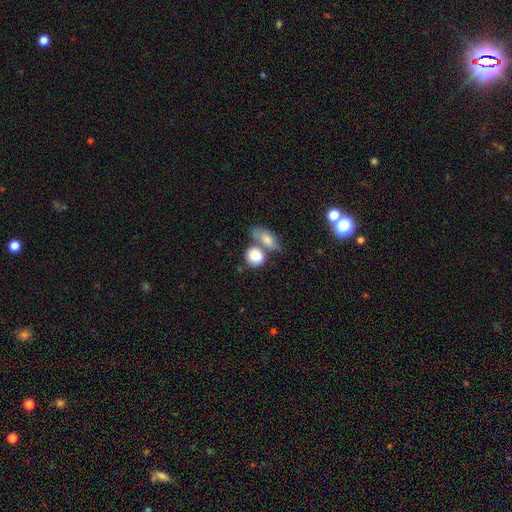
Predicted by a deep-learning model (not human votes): A smooth galaxy with no disk features (84%) that is round (56%). Merging: merger (46%).